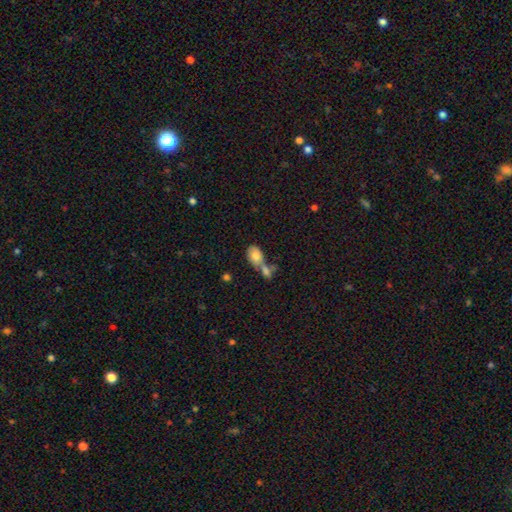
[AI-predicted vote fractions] This appears to be a smooth galaxy with no disk features (77%) that is in between round and cigar-shaped (82%). Merging: merger (53%).